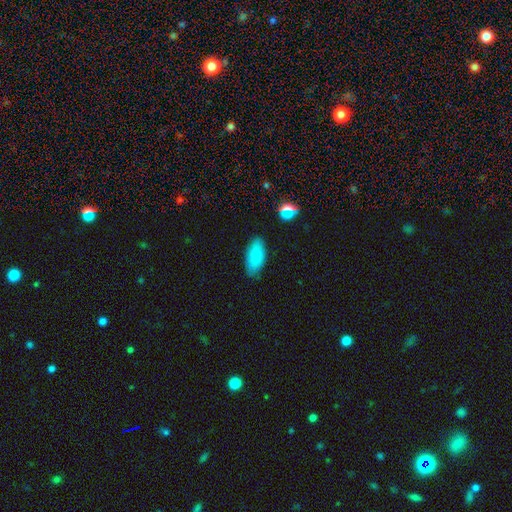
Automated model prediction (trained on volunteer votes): Overall: smooth (86%). How rounded: in between (88%). Merging: none (83%).